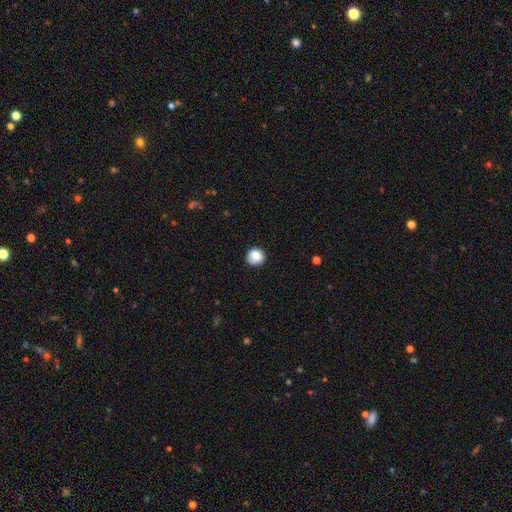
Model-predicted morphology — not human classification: smooth 86%, star or artifact 9%, featured or disk 5%. Down the decision tree: how rounded — round (88%); merging — none (82%).